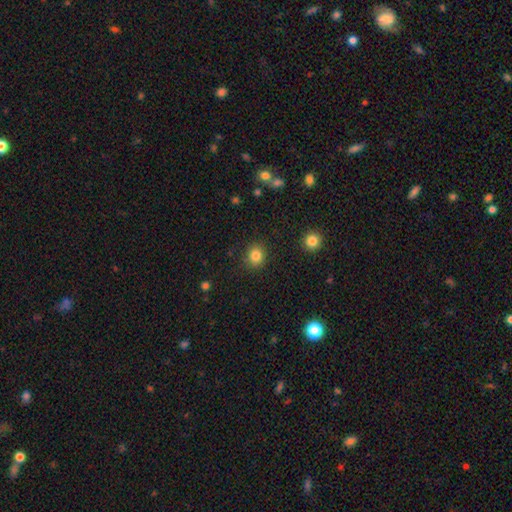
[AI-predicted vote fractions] A smooth galaxy with no disk features (84%) that is round (77%).

Vote fractions:
- Smooth or featured? smooth: 84% / star or artifact: 11% / featured or disk: 5%
- How rounded? round: 77% / in between: 22% / cigar-shaped: 1%
- Merging? none: 88% / minor disturbance: 8% / major disturbance: 3% / merger: 1%